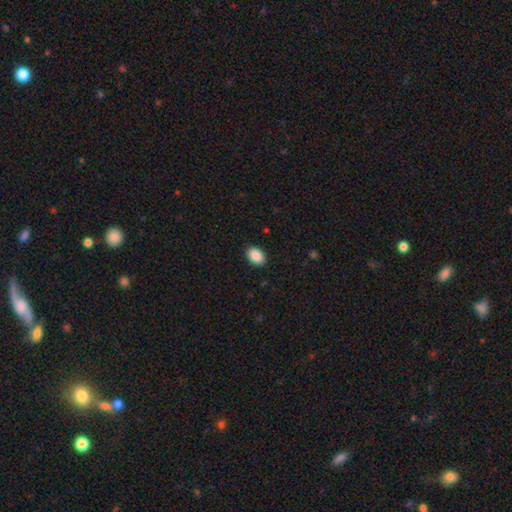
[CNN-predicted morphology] Overall: smooth (90%). How rounded: in between (85%). Merging: none (90%).